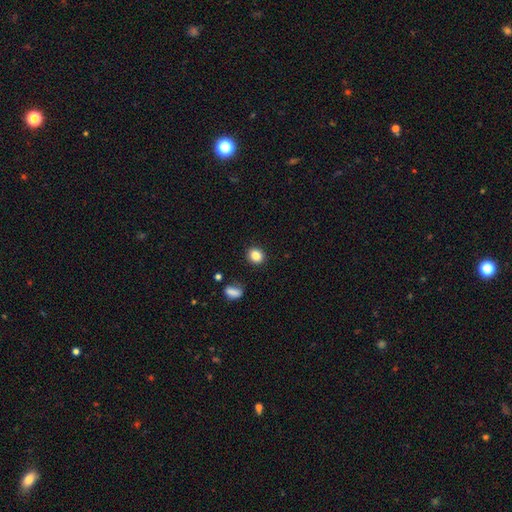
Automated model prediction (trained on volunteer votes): smooth 85%, star or artifact 10%, featured or disk 5%. Down the decision tree: how rounded — round (72%); merging — none (89%).